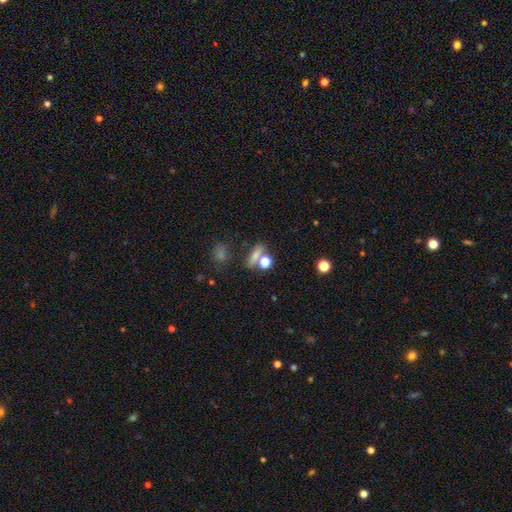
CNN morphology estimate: A smooth galaxy with no disk features (67%) that is in between round and cigar-shaped (39%). Merging: none (60%).